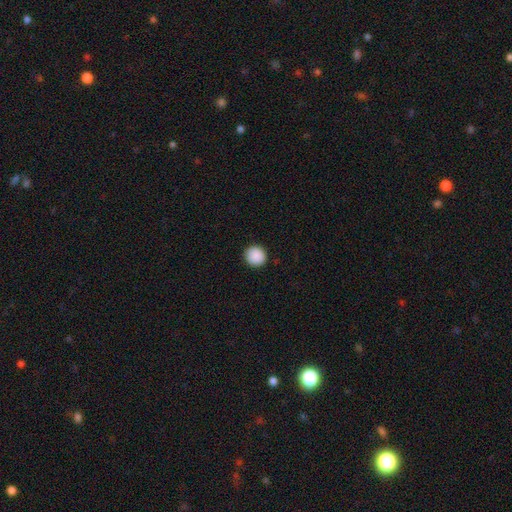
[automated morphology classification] smooth 90%, star or artifact 8%, featured or disk 2%. Down the decision tree: how rounded — round (94%); merging — none (92%).